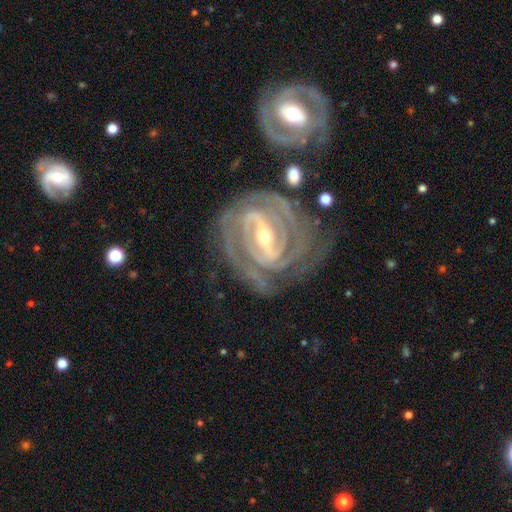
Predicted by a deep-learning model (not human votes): This is clearly a featured or disk galaxy (91%). It is clearly not viewed edge-on (95%). Bar: likely strong (67%). Spiral arm pattern: clearly yes (97%). Spiral arm count: marginally 3 (30%). Spiral winding: likely tight (73%). Central bulge: possibly moderate (51%). Merging: likely none (62%).